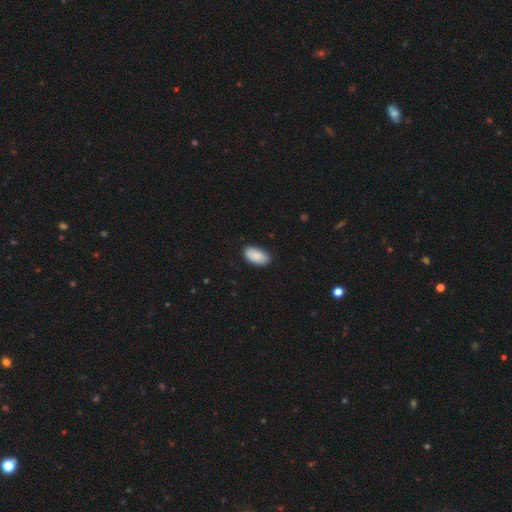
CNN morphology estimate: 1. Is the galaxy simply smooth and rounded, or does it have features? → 89% smooth, 6% star or artifact, 5% featured or disk.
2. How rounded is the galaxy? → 96% in between, 3% round, 2% cigar-shaped.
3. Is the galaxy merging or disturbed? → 86% none, 11% minor disturbance, 2% major disturbance, 1% merger.